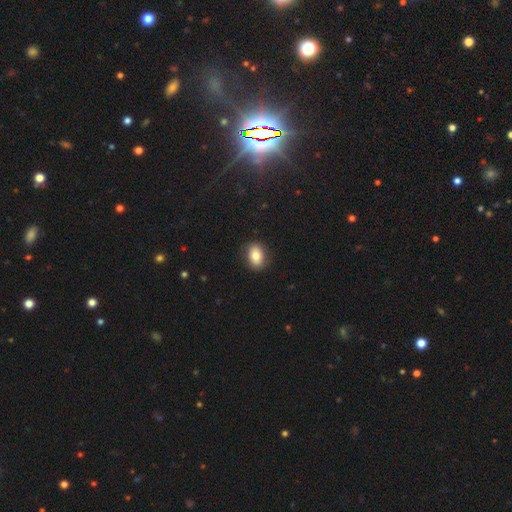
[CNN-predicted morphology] This appears to be a smooth galaxy with no disk features (80%) that is in between round and cigar-shaped (74%). Merging: none (87%).